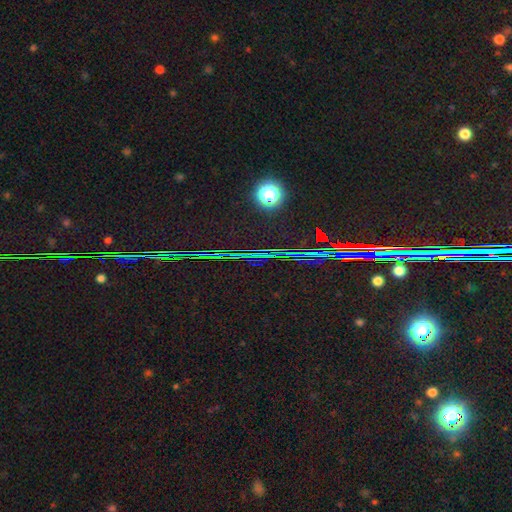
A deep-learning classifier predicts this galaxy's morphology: The model was most divided on "smooth or featured": star or artifact: 85%, smooth: 7%, featured or disk: 7%.